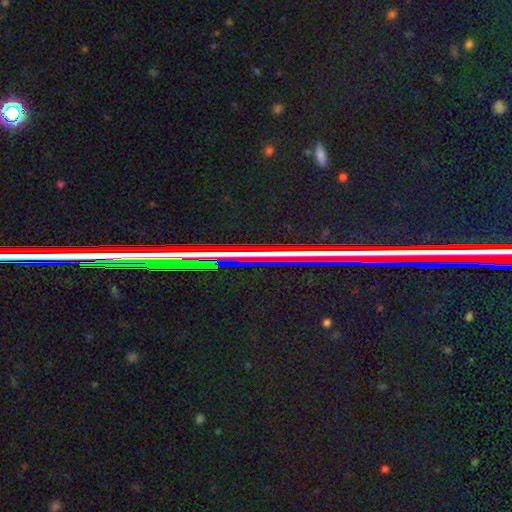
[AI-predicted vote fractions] Smooth or featured? Predicted: star or artifact (p=0.82).